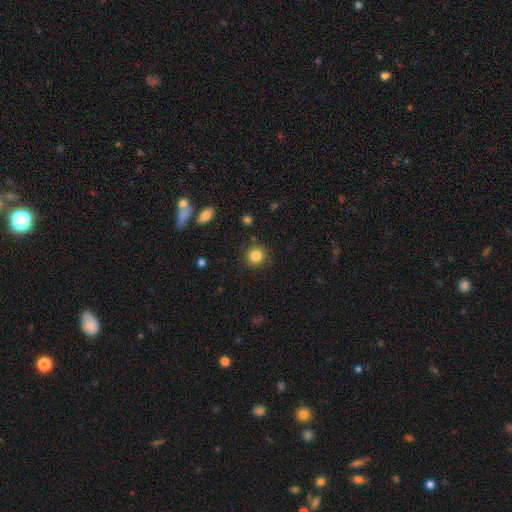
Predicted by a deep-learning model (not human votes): A smooth galaxy with no disk features (84%) that is round (90%). Merging: none (88%).